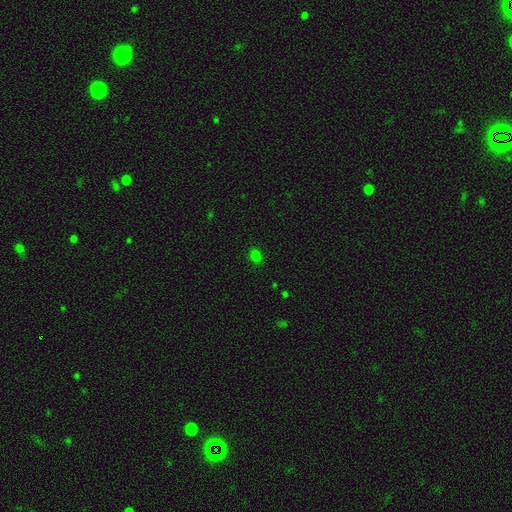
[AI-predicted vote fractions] smooth 76%, star or artifact 20%, featured or disk 4%. Down the decision tree: how rounded — in between (55%); merging — none (87%).